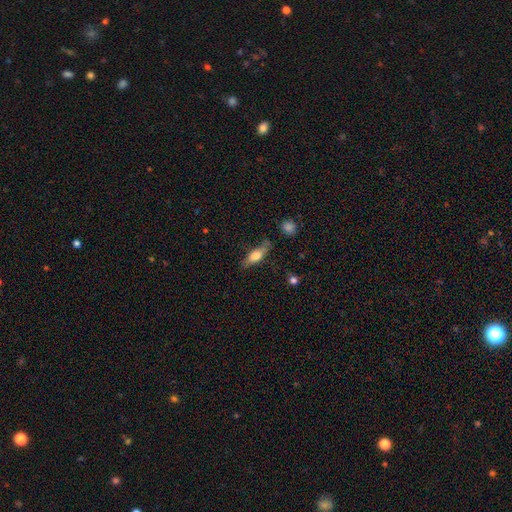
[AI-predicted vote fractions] smooth 61%, featured or disk 32%, star or artifact 7%. Down the decision tree: how rounded — cigar-shaped (48%, tied with in between); merging — none (70%).